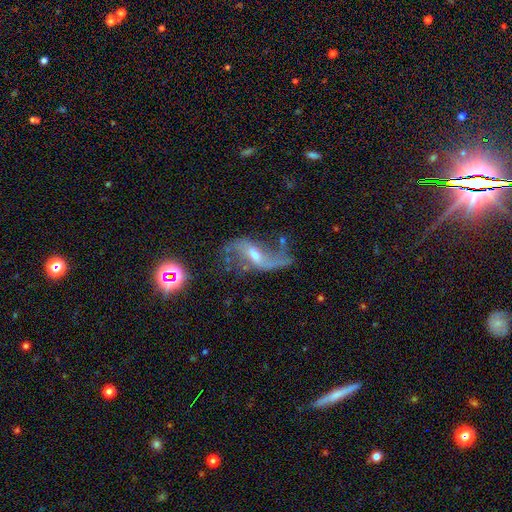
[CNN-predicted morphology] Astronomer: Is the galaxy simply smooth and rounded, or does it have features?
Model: featured or disk — 83%.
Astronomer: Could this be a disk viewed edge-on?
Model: no — 94%.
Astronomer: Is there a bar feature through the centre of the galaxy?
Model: weak — 46% (runner-up: no, 27%).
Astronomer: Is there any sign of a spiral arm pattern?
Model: yes — 93%.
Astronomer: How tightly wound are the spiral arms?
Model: loose — 90%.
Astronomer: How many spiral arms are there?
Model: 2 — 89%.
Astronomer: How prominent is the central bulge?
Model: small — 46% (runner-up: moderate, 45%).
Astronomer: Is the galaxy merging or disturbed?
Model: none — 54%.